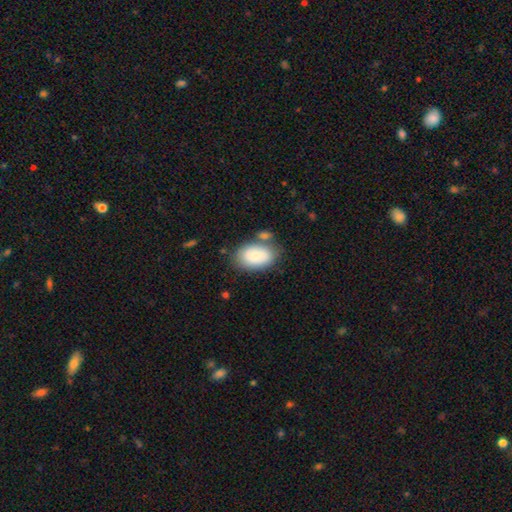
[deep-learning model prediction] Smooth or featured? smooth (76%)
How rounded? in between (90%)
Merging? none (62%)